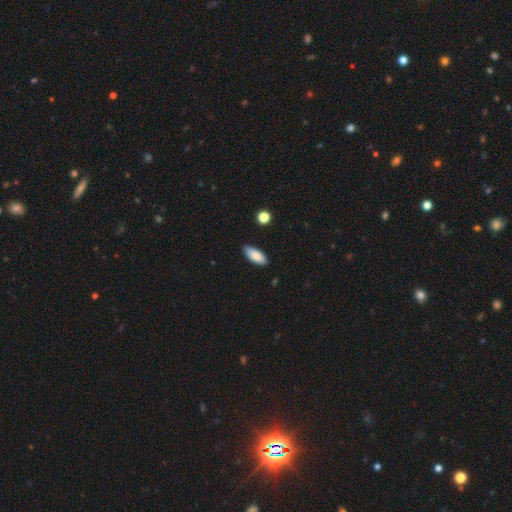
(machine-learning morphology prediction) smooth 85%, featured or disk 8%, star or artifact 6%. Down the decision tree: how rounded — in between (85%); merging — none (85%).